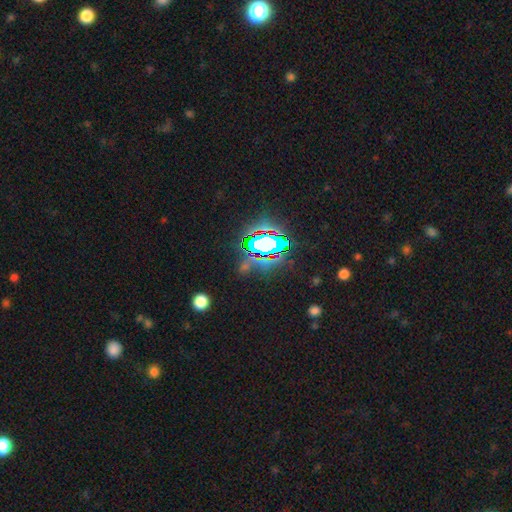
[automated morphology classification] Overall: star or artifact (83%).